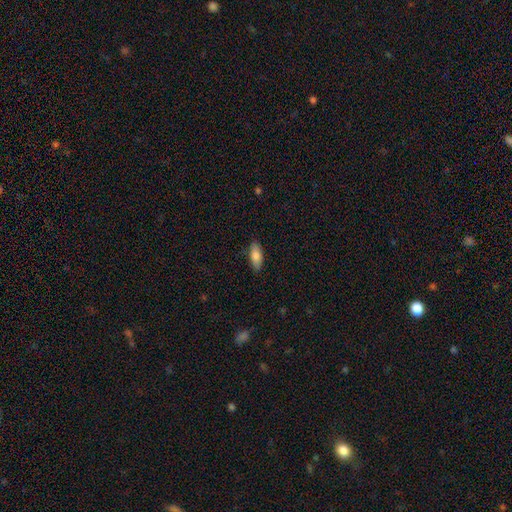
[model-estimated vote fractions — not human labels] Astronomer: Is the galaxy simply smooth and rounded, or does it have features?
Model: smooth — 79%.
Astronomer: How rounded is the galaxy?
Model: in between — 77%.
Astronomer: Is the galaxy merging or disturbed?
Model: none — 87%.